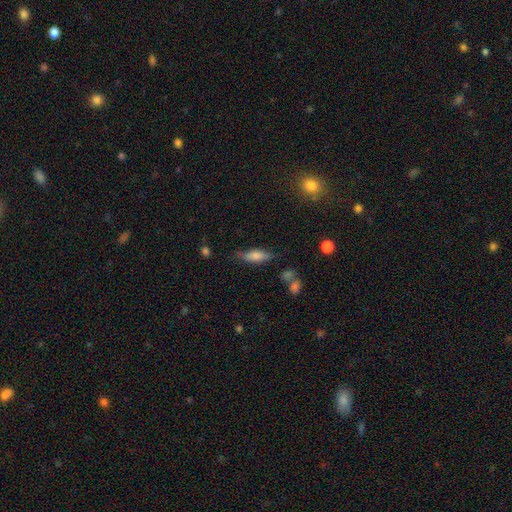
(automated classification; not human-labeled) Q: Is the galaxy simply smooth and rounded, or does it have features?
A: smooth — 70%.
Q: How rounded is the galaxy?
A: in between — 55%.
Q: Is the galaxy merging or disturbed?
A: none — 72%.